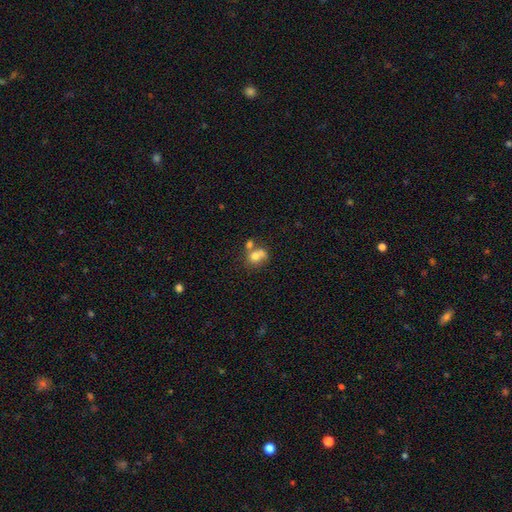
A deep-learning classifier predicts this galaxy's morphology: This appears to be a smooth galaxy with no disk features (70%) that is round (58%). Merging: merger (55%).